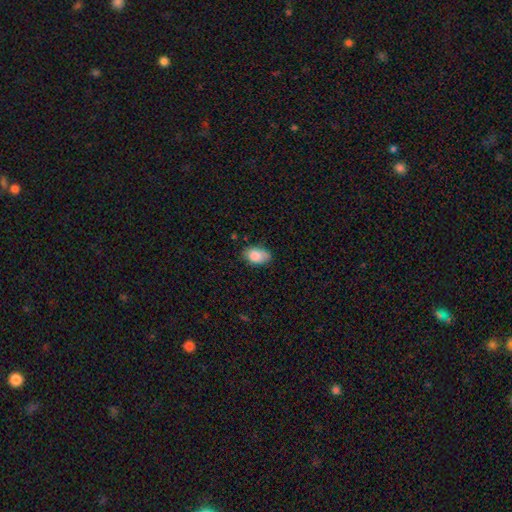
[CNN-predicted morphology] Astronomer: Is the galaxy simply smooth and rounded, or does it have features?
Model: smooth — 85%.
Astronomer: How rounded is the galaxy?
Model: in between — 89%.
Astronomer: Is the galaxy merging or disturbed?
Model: none — 64%.